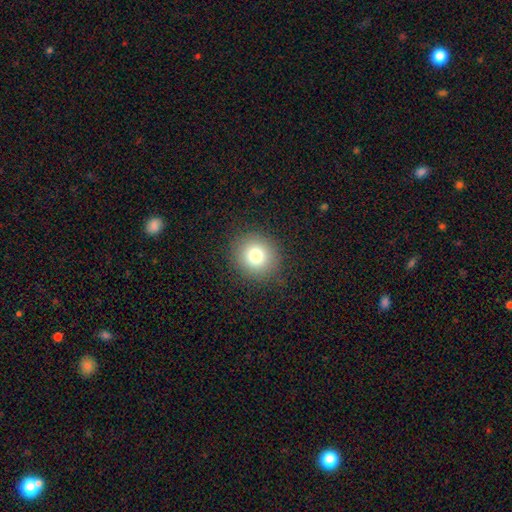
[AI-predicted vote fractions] smooth-or-featured: smooth: 78% | star or artifact: 13% | featured or disk: 9%
  how-rounded: round: 91% | in between: 9% | cigar-shaped: 1%
  merging: none: 88% | minor disturbance: 8% | major disturbance: 3% | merger: 1%